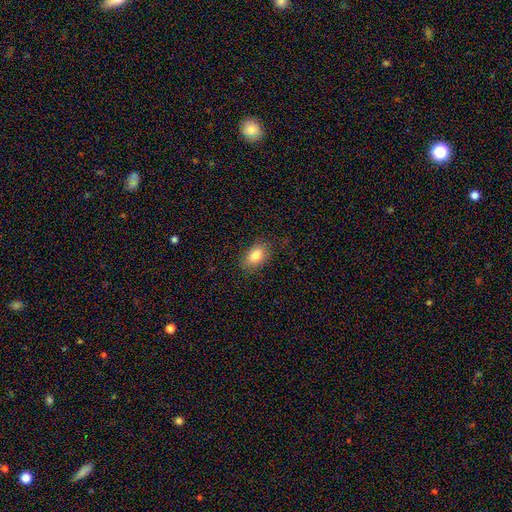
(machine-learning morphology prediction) Overall: smooth (83%). How rounded: in between (88%). Merging: none (82%).